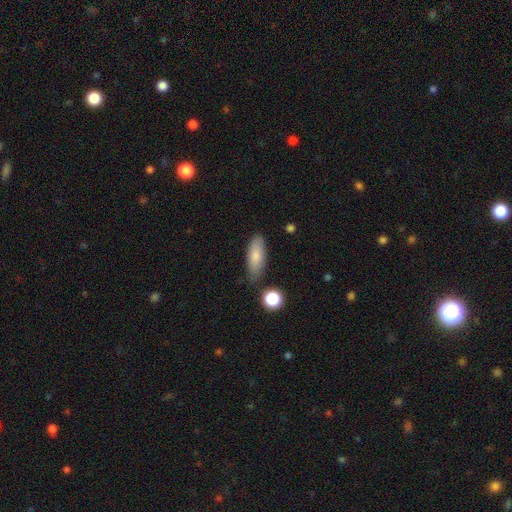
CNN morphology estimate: A smooth galaxy with no disk features (82%) that is in between round and cigar-shaped (71%). Merging: none (76%).